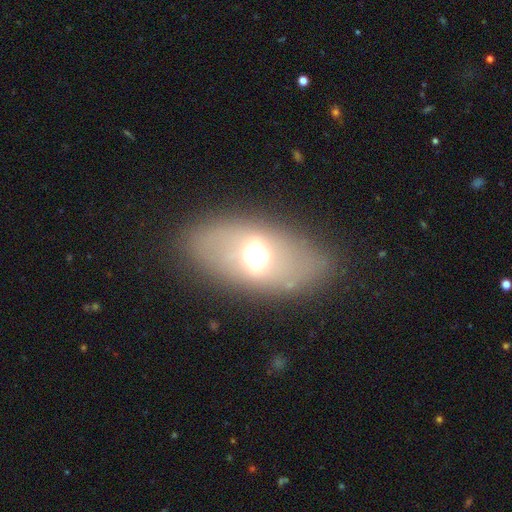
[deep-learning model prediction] Morphology: type=smooth (46%); merging=none (80%).